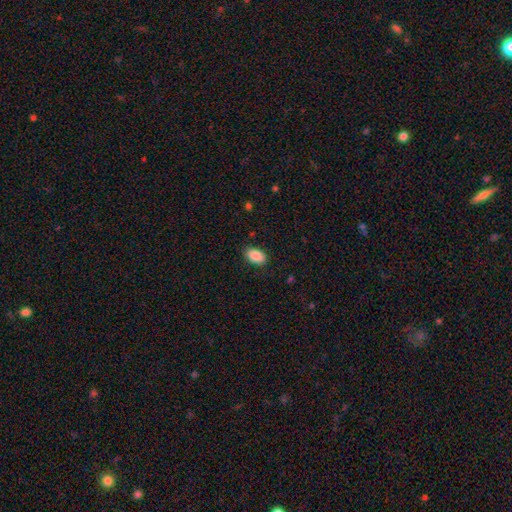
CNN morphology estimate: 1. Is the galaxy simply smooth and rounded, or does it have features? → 89% smooth, 7% star or artifact, 4% featured or disk.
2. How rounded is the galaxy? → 92% in between, 6% round, 1% cigar-shaped.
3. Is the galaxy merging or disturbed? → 87% none, 9% minor disturbance, 2% major disturbance, 1% merger.